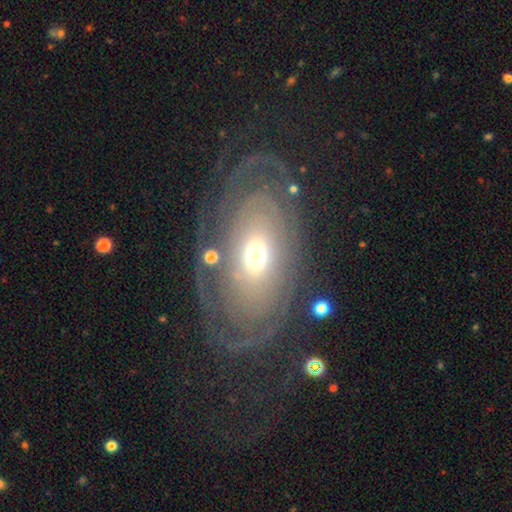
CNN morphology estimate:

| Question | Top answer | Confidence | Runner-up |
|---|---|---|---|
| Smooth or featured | featured or disk | 80% | smooth (14%) |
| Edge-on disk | no | 93% | yes (7%) |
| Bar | no | 77% | weak (16%) |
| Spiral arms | yes | 82% | no (18%) |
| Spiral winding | tight | 68% | medium (21%) |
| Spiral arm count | can't tell | 44% | 2 (21%) |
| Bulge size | moderate | 61% | small (21%) |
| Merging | none | 67% | minor disturbance (16%) |